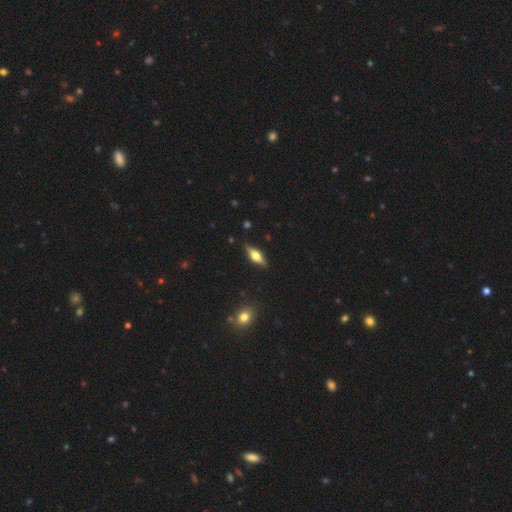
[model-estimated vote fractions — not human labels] Smooth or featured? Predicted: featured or disk (p=0.56). Edge-on disk? Predicted: yes (p=0.94). Edge-on bulge? Predicted: rounded (p=0.90). Merging? Predicted: none (p=0.86).